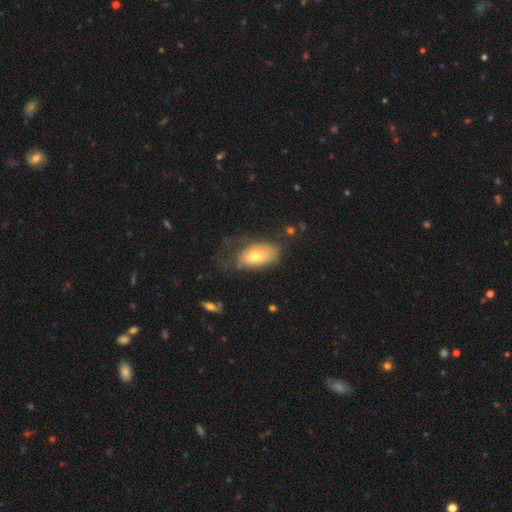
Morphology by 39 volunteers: Q: Smooth or featured?
A: smooth (59%); runner-up: featured or disk (36%)
Q: How rounded?
A: in between (96%); runner-up: round (4%)
Q: Merging?
A: none (46%); runner-up: minor disturbance (27%)